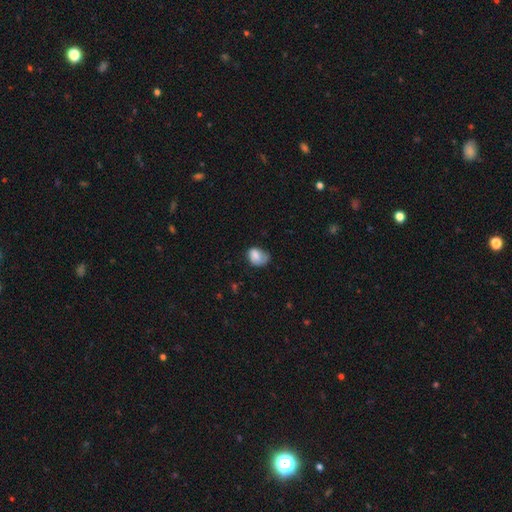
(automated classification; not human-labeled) Smooth or featured: smooth — 78% (featured or disk — 14%)
How rounded: in between — 64% (round — 35%)
Merging: minor disturbance — 39% (none — 37%)